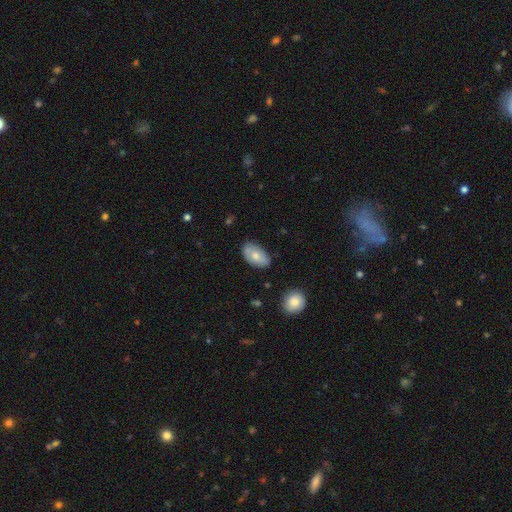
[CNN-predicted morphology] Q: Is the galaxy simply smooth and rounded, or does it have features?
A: smooth — 71%.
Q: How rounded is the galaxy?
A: in between — 94%.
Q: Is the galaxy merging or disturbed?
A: none — 78%.